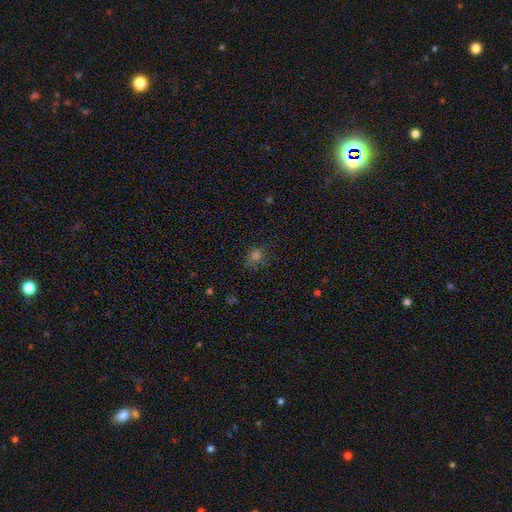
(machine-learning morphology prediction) Smooth or featured: smooth — 69% (star or artifact — 23%)
How rounded: round — 63% (in between — 36%)
Merging: none — 74% (minor disturbance — 18%)